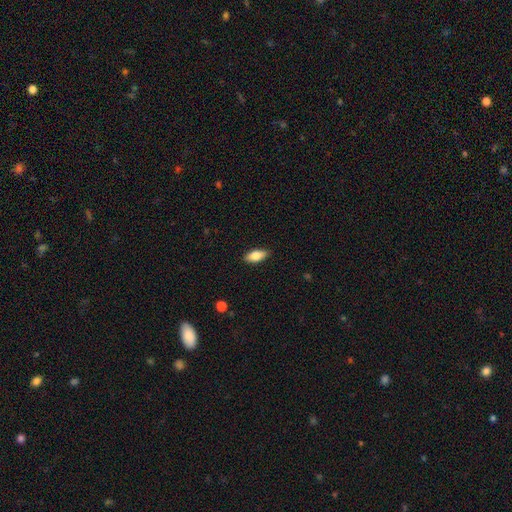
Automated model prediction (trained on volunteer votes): A smooth galaxy with no disk features (78%) that is in between round and cigar-shaped (84%).

Vote fractions:
- Smooth or featured? smooth: 78% / featured or disk: 15% / star or artifact: 7%
- How rounded? in between: 84% / cigar-shaped: 13% / round: 3%
- Merging? none: 88% / minor disturbance: 9% / major disturbance: 2% / merger: 1%